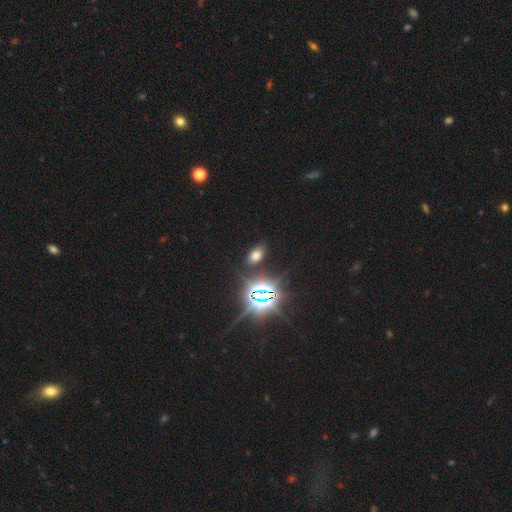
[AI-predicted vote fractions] The model was most divided on "smooth or featured": smooth: 55%, star or artifact: 37%, featured or disk: 8%. More confident: how rounded — in between (90%); merging — none (84%).